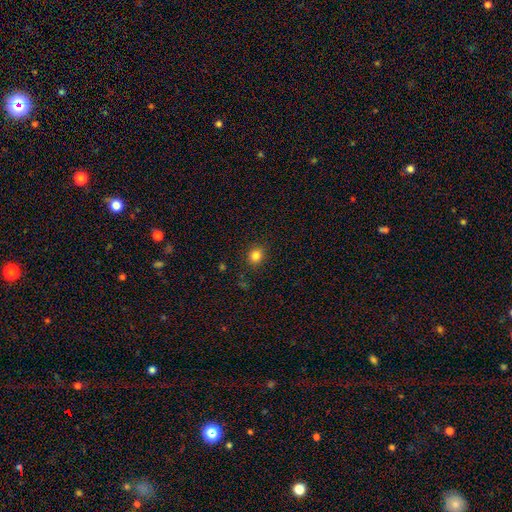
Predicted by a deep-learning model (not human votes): The model was most divided on "how rounded": round: 71%, in between: 28%, cigar-shaped: 1%. More confident: merging — none (88%); smooth or featured — smooth (82%).